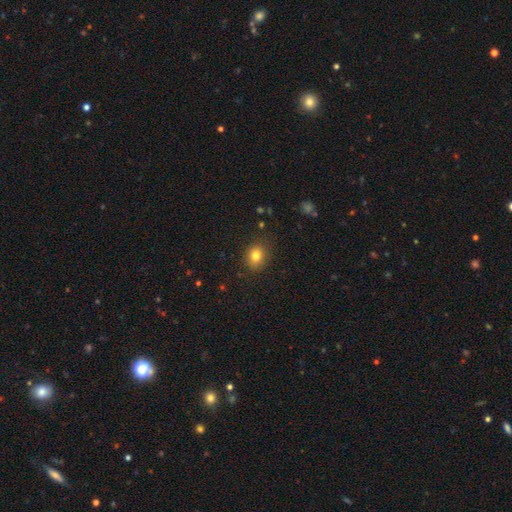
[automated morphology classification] Smooth or featured? smooth (81%)
How rounded? round (59%)
Merging? none (84%)